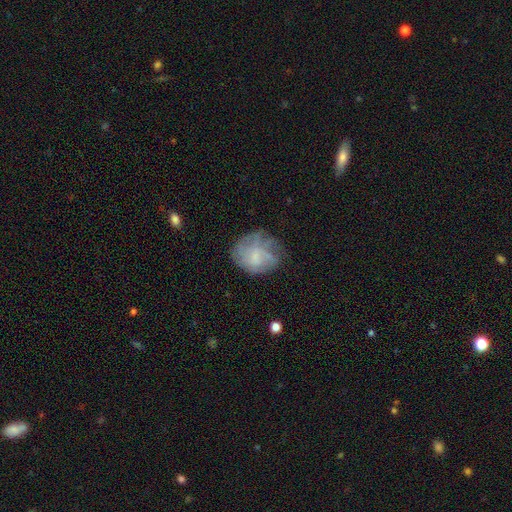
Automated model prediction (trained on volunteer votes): Overall: featured or disk (49%; smooth 41%). Merging: none (55%; minor disturbance 26%).